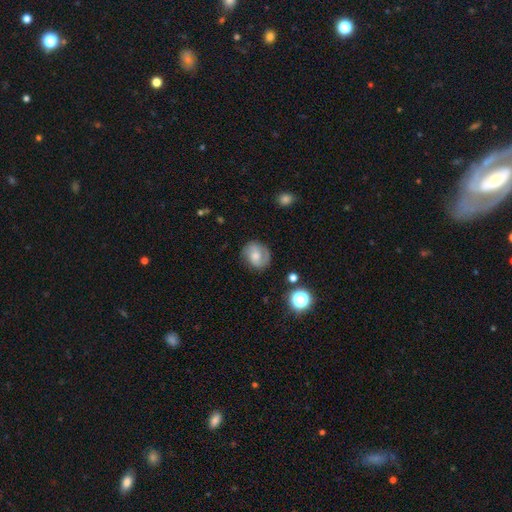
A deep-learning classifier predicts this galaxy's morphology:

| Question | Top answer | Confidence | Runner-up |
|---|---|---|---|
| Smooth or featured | featured or disk | 49% | smooth (42%) |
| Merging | none | 75% | minor disturbance (17%) |